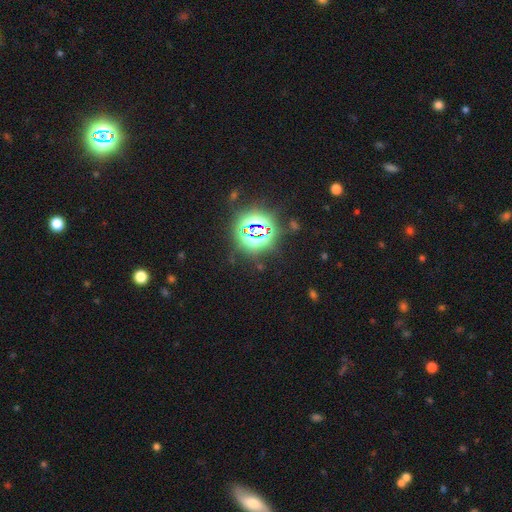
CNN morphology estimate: Smooth or featured: star or artifact — 80% (smooth — 12%)